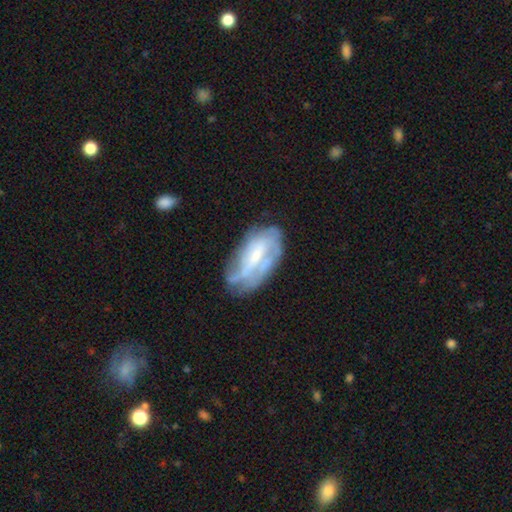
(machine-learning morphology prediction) type=featured or disk (67%); edge-on=no (92%); bar=weak (40%); spiral arms=yes (70%); bulge=small (54%); merging=none (54%).